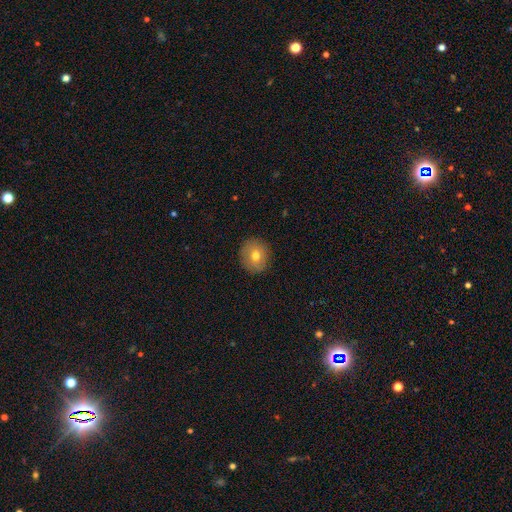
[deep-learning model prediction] This appears to be a smooth galaxy with no disk features (71%) that is round (84%). Merging: none (89%).